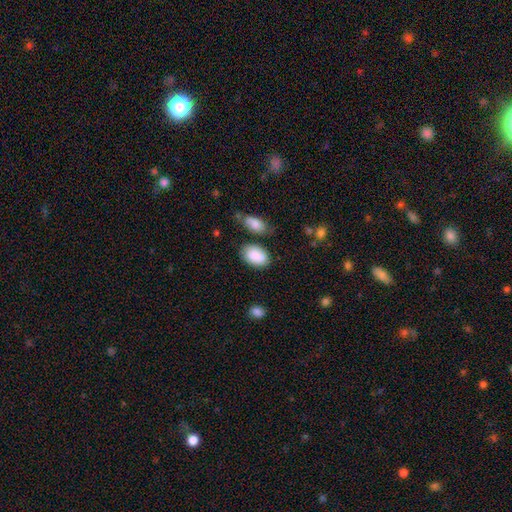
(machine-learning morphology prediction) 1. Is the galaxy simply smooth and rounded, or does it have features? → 85% smooth, 8% featured or disk, 7% star or artifact.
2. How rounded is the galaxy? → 89% in between, 9% round, 1% cigar-shaped.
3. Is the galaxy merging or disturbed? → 68% none, 20% minor disturbance, 7% merger, 5% major disturbance.